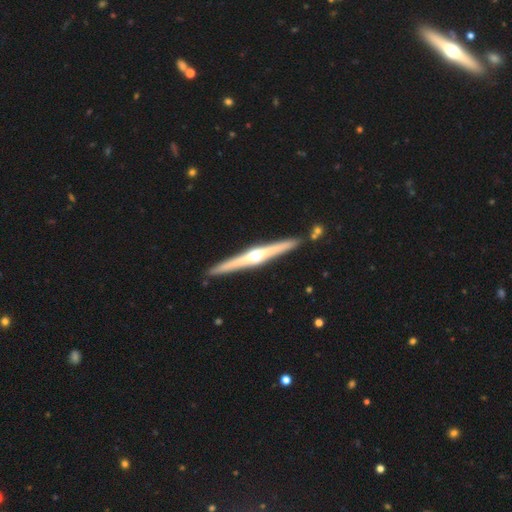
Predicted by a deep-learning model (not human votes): Q: Smooth or featured?
A: featured or disk (81%); runner-up: smooth (14%)
Q: Edge-on disk?
A: yes (98%); runner-up: no (2%)
Q: Edge-on bulge?
A: rounded (93%); runner-up: none (4%)
Q: Merging?
A: none (90%); runner-up: minor disturbance (6%)